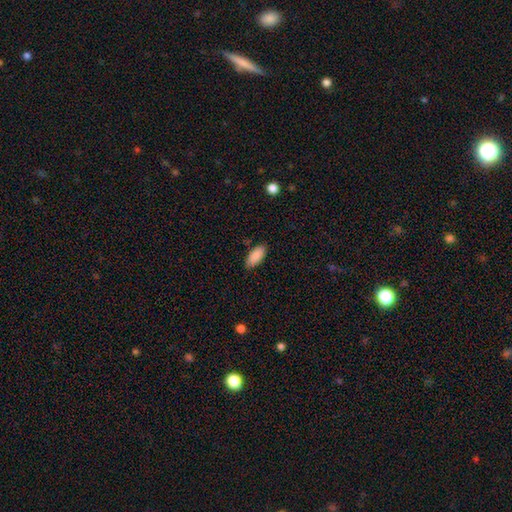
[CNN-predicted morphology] Smooth or featured? Predicted: smooth (p=0.89). How rounded? Predicted: in between (p=0.89). Merging? Predicted: none (p=0.80).